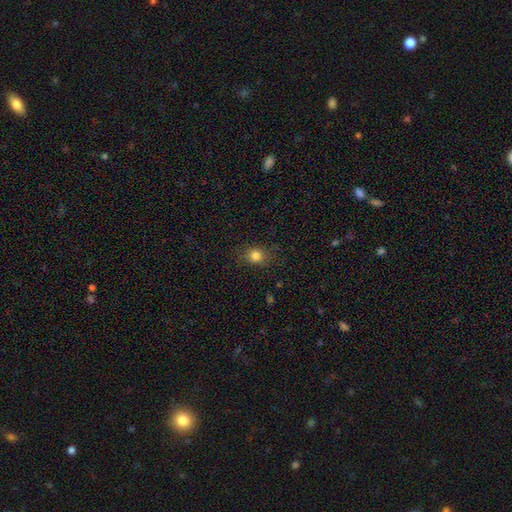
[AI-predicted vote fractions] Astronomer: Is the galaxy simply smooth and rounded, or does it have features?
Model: smooth — 81%.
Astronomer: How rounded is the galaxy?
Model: round — 66%.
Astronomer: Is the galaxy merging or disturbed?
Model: none — 85%.